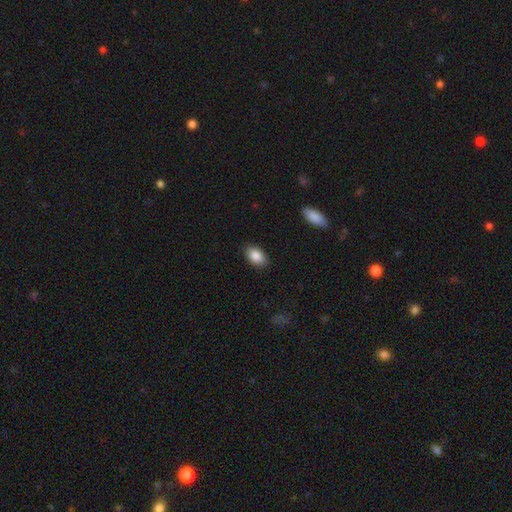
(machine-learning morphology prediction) Smooth or featured?
  - smooth: 88% *
  - star or artifact: 7%
  - featured or disk: 5%
How rounded?
  - in between: 89% *
  - round: 9%
  - cigar-shaped: 1%
Merging?
  - none: 87% *
  - minor disturbance: 10%
  - major disturbance: 2%
  - merger: 1%